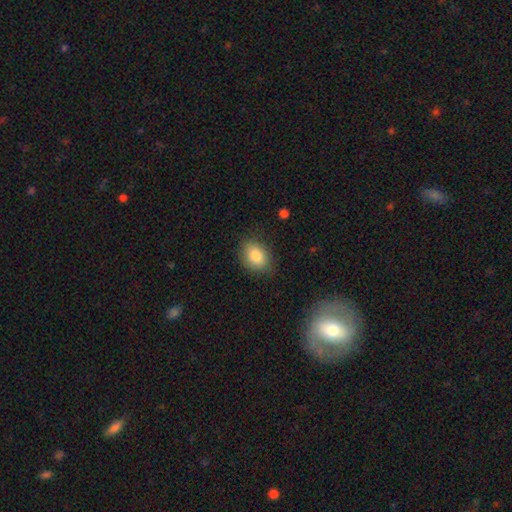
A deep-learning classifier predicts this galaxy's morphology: smooth 85%, star or artifact 8%, featured or disk 7%. Down the decision tree: how rounded — in between (71%); merging — none (80%).